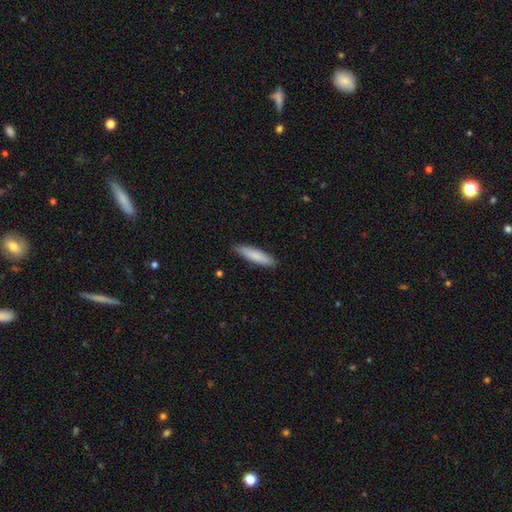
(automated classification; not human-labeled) The model was most divided on "how rounded": cigar-shaped: 80%, in between: 19%, round: 1%. More confident: merging — none (87%); smooth or featured — smooth (82%).